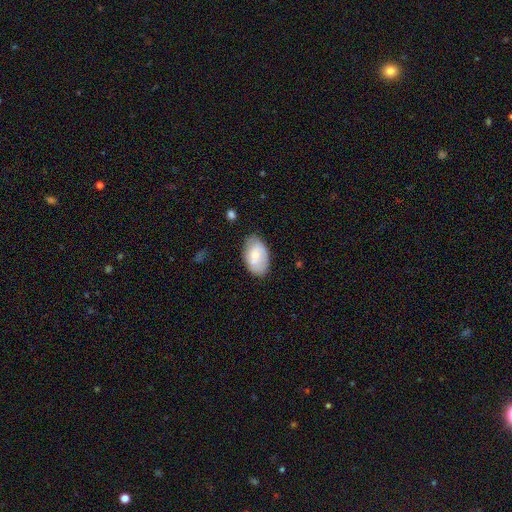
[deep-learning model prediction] This is possibly a smooth galaxy (58%). How rounded: clearly in between (92%). Merging: likely none (72%).